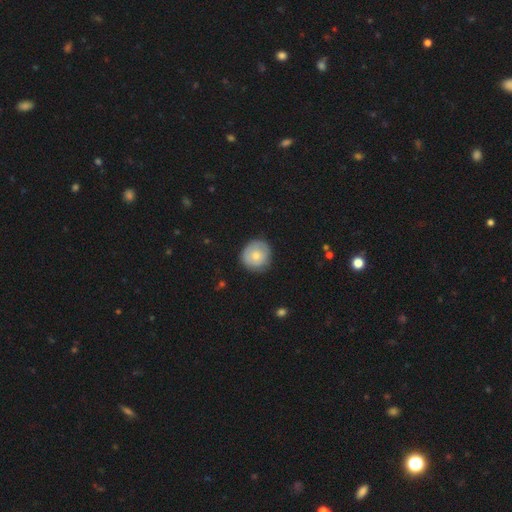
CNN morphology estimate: Q: Smooth or featured?
A: smooth (70%); runner-up: featured or disk (23%)
Q: How rounded?
A: round (89%); runner-up: in between (10%)
Q: Merging?
A: none (81%); runner-up: minor disturbance (15%)